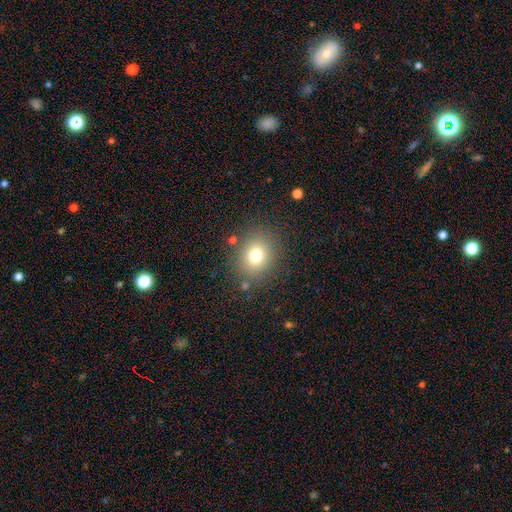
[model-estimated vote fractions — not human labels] smooth_or_featured: smooth (p=0.74) [alt: star or artifact p=0.15]
how_rounded: round (p=0.70) [alt: in between p=0.29]
merging: none (p=0.83) [alt: minor disturbance p=0.10]